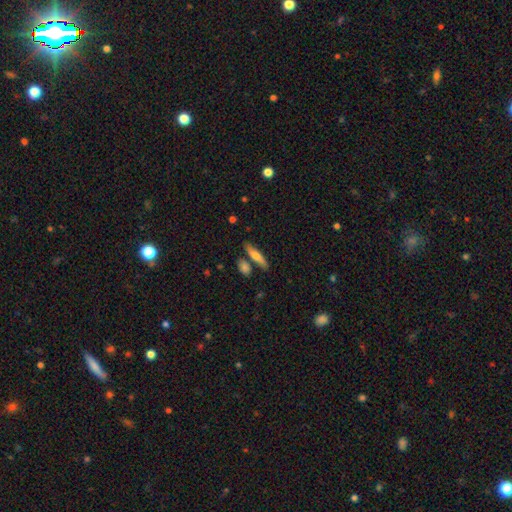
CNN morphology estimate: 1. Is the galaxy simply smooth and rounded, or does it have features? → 64% smooth, 30% featured or disk, 6% star or artifact.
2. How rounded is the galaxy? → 76% cigar-shaped, 22% in between, 2% round.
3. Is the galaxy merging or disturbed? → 75% none, 12% minor disturbance, 11% merger, 3% major disturbance.